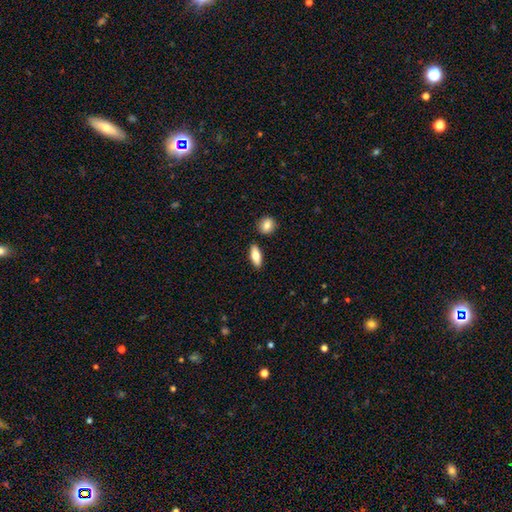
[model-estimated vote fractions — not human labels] Smooth or featured?
  - smooth: 73% *
  - featured or disk: 21%
  - star or artifact: 6%
How rounded?
  - in between: 74% *
  - cigar-shaped: 23%
  - round: 3%
Merging?
  - none: 85% *
  - minor disturbance: 8%
  - merger: 5%
  - major disturbance: 2%